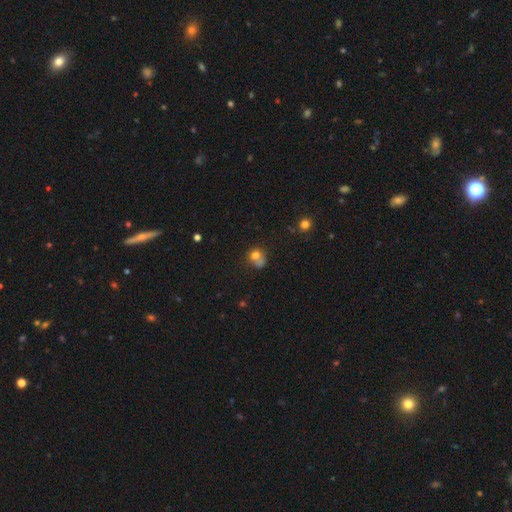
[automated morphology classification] This appears to be a smooth galaxy with no disk features (72%) that is round (68%). Merging: merger (37%).